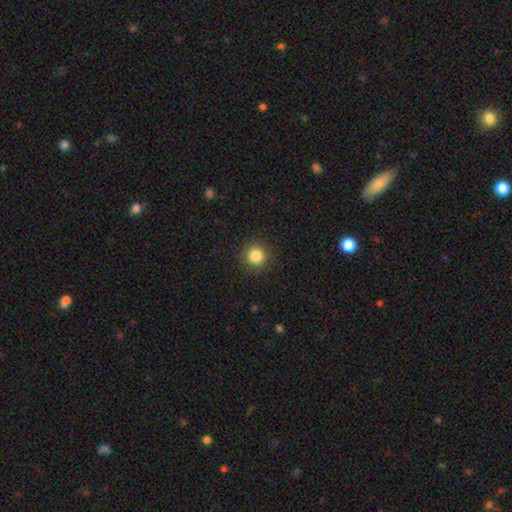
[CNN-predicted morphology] smooth_or_featured: smooth (p=0.85) [alt: star or artifact p=0.11]
how_rounded: round (p=0.94) [alt: in between p=0.05]
merging: none (p=0.91) [alt: minor disturbance p=0.06]